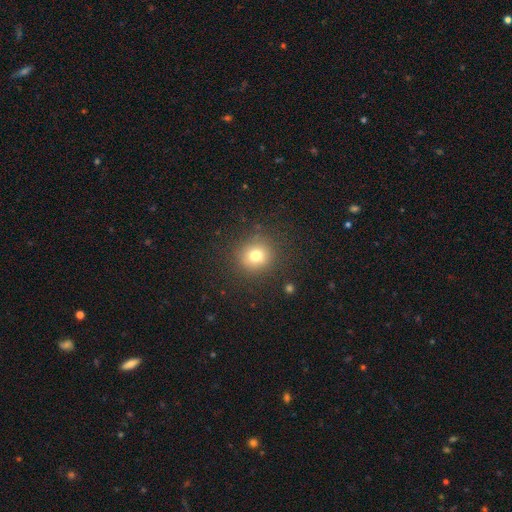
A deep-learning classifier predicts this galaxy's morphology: Overall: smooth (76%). How rounded: round (88%). Merging: none (86%).